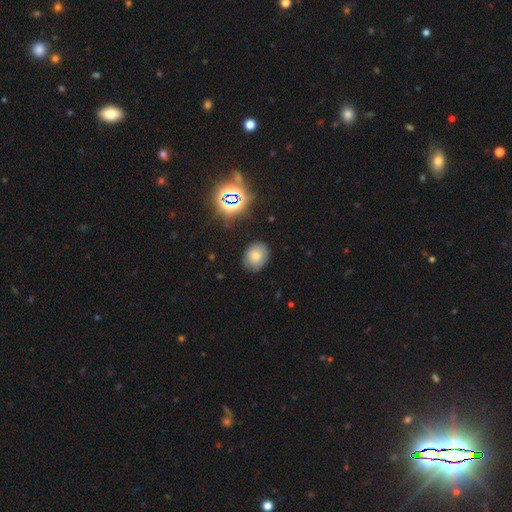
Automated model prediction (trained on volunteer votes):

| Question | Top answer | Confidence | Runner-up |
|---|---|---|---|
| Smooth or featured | smooth | 72% | star or artifact (16%) |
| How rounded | in between | 50% | round (49%) |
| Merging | none | 80% | minor disturbance (15%) |